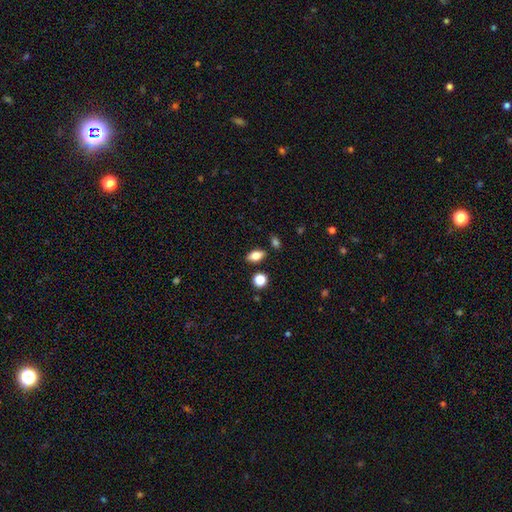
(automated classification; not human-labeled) Smooth or featured? smooth (78%)
How rounded? in between (86%)
Merging? none (83%)